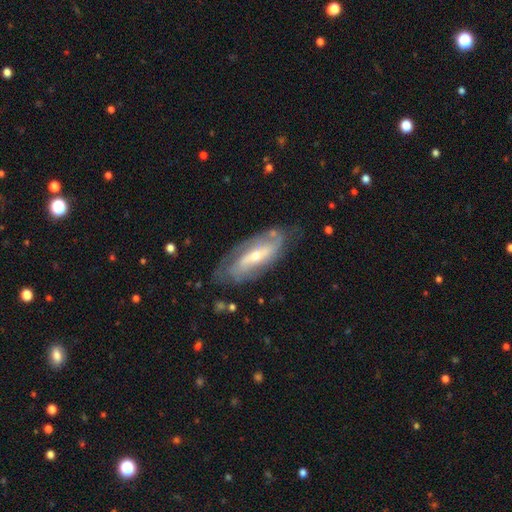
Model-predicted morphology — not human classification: Smooth or featured: featured or disk — 77% (smooth — 17%)
Edge-on disk: no — 85% (yes — 15%)
Bar: no — 35% (weak — 33%)
Spiral arms: yes — 84% (no — 16%)
Spiral winding: tight — 39% (medium — 38%)
Spiral arm count: 2 — 61% (can't tell — 26%)
Bulge size: small — 52% (moderate — 44%)
Merging: none — 69% (minor disturbance — 20%)